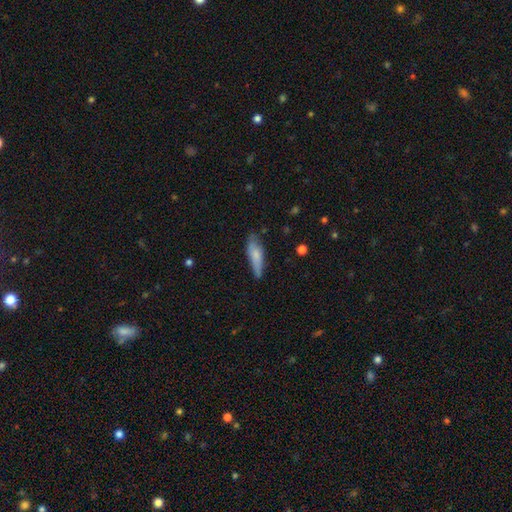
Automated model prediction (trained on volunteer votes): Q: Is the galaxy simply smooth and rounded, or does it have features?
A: smooth — 71%.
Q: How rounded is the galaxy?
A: cigar-shaped — 63%.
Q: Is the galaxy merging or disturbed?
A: none — 68%.